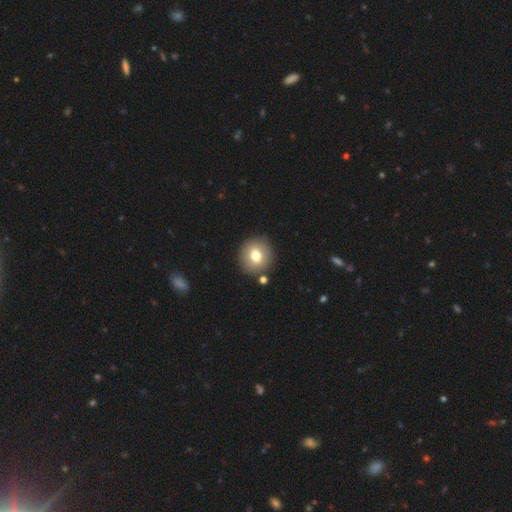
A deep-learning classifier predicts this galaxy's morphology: Q: Smooth or featured?
A: smooth (73%); runner-up: featured or disk (18%)
Q: How rounded?
A: round (89%); runner-up: in between (10%)
Q: Merging?
A: none (86%); runner-up: minor disturbance (8%)